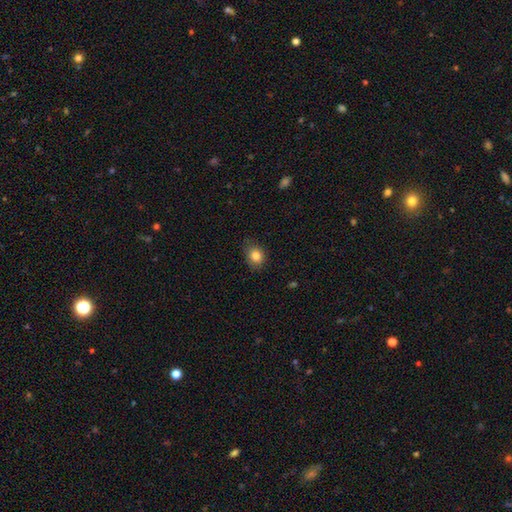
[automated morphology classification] Q: Smooth or featured?
A: smooth (84%); runner-up: star or artifact (10%)
Q: How rounded?
A: round (61%); runner-up: in between (38%)
Q: Merging?
A: none (80%); runner-up: minor disturbance (16%)